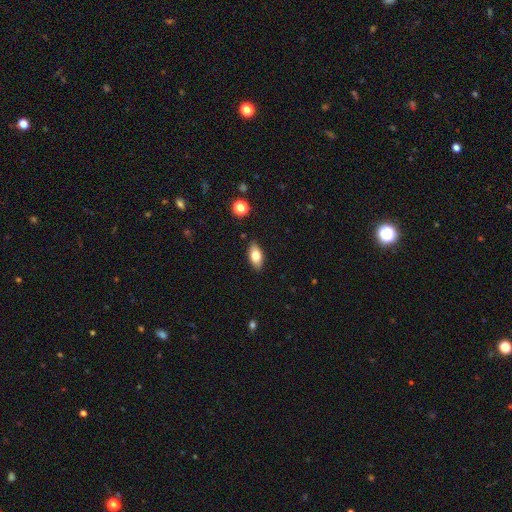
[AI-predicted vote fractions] Smooth or featured? smooth (76%)
How rounded? in between (87%)
Merging? none (87%)